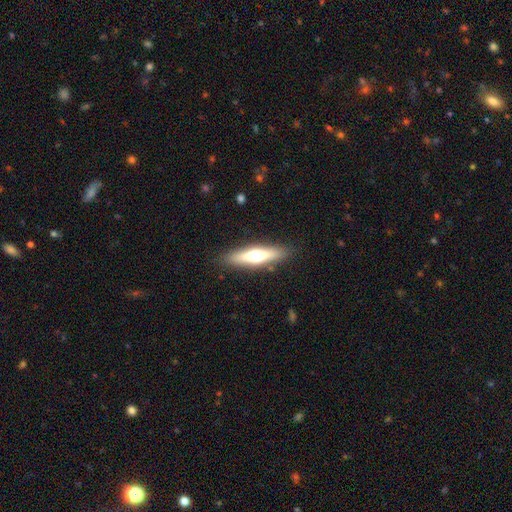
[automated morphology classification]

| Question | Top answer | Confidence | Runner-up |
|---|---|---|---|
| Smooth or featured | smooth | 47% | featured or disk (46%) |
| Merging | none | 87% | minor disturbance (9%) |